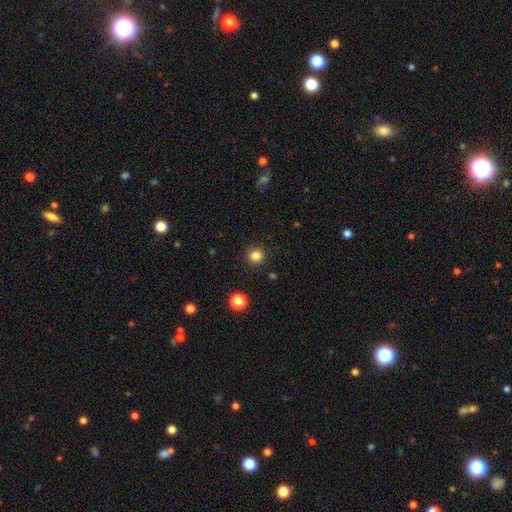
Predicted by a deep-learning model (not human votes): smooth_or_featured: smooth (p=0.84) [alt: star or artifact p=0.12]
how_rounded: round (p=0.91) [alt: in between p=0.08]
merging: none (p=0.91) [alt: minor disturbance p=0.06]